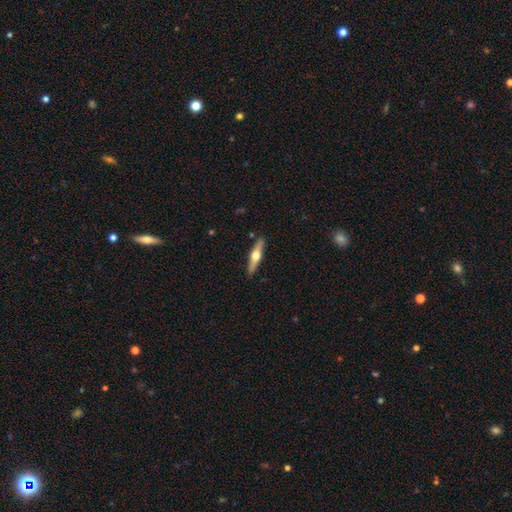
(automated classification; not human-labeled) smooth-or-featured: featured or disk: 63% | smooth: 32% | star or artifact: 5%
  disk-edge-on: yes: 96% | no: 4%
    edge-on-bulge: rounded: 96% | boxy: 2% | none: 2%
  merging: none: 90% | minor disturbance: 7% | major disturbance: 1% | merger: 1%